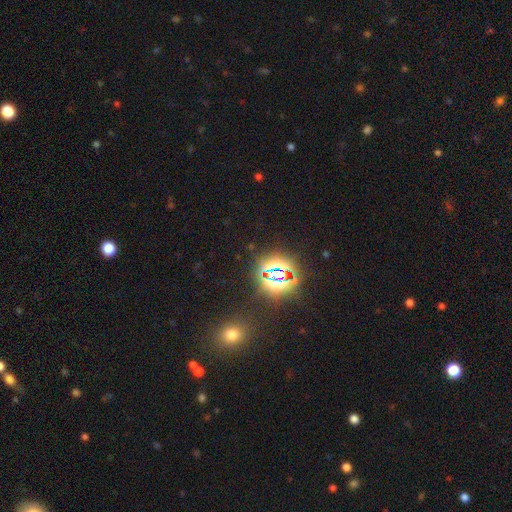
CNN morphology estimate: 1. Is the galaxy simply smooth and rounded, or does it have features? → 78% star or artifact, 16% smooth, 7% featured or disk.